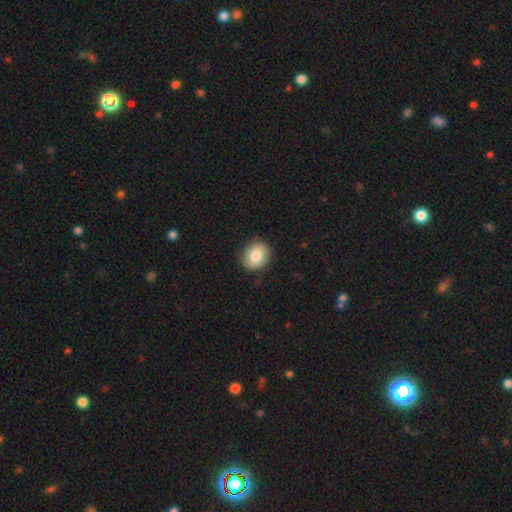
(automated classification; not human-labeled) Morphology: type=smooth (82%); roundness=round (63%); merging=none (88%).